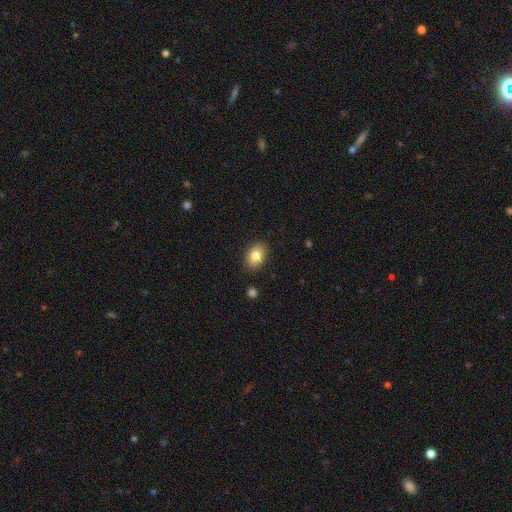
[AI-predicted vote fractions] This is clearly a smooth galaxy (83%). How rounded: likely in between (75%). Merging: clearly none (88%).